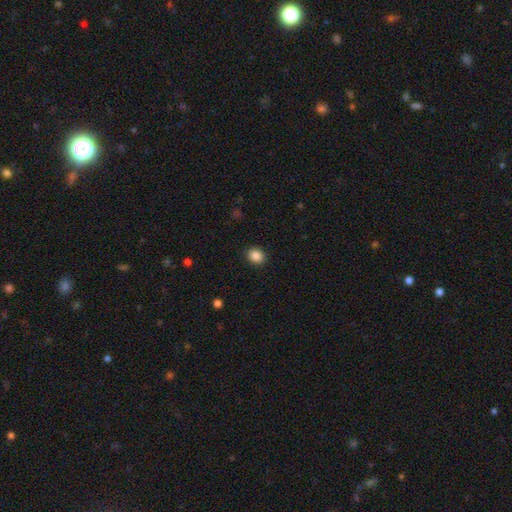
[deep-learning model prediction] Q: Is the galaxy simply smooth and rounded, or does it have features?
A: smooth — 87%.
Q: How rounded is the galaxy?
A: round — 65%.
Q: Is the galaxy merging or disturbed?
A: none — 91%.